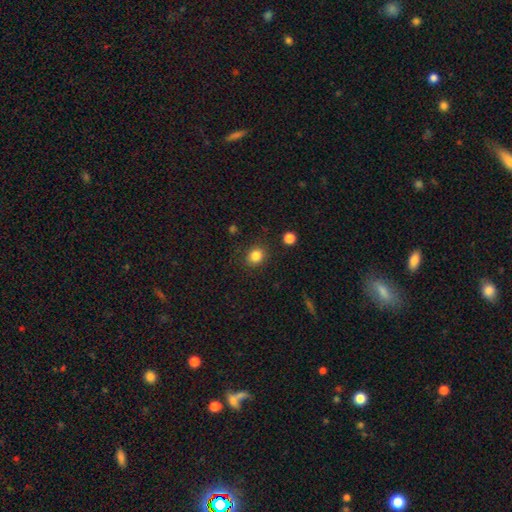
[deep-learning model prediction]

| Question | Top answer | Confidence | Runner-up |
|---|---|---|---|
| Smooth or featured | smooth | 84% | star or artifact (11%) |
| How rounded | round | 69% | in between (30%) |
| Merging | none | 86% | minor disturbance (9%) |